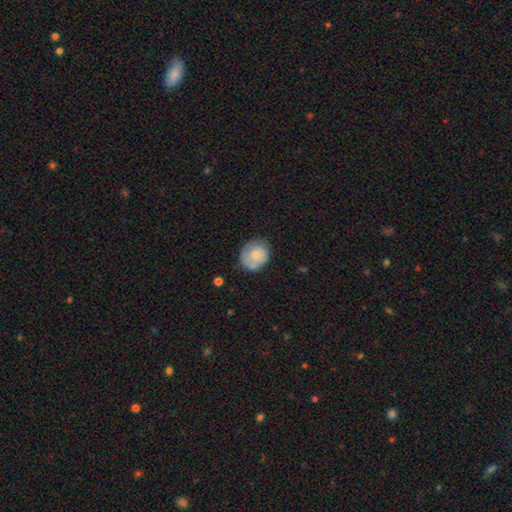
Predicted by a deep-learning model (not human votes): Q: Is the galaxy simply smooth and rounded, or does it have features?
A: smooth — 69%.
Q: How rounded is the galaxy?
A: round — 67%.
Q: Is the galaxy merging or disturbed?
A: none — 63%.